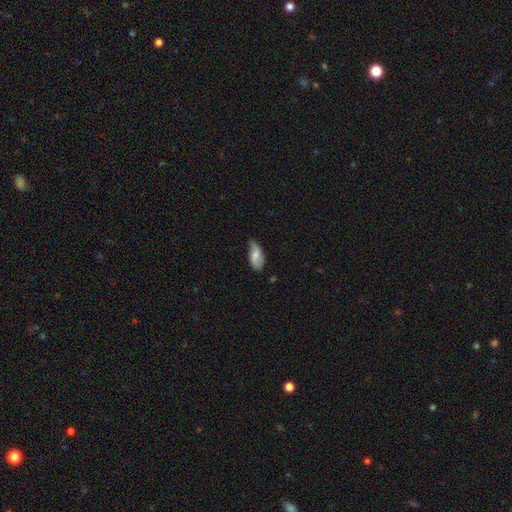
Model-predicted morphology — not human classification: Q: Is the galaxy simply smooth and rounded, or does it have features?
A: smooth — 65%.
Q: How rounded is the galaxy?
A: in between — 90%.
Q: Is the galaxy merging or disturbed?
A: none — 48%.